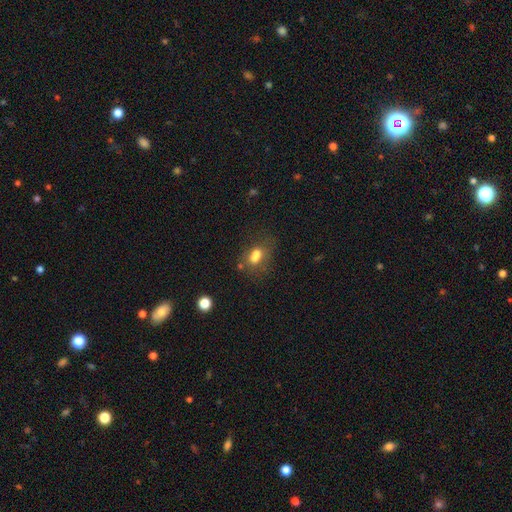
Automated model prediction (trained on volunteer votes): Smooth or featured?
  - smooth: 68% *
  - featured or disk: 17%
  - star or artifact: 14%
How rounded?
  - in between: 69% *
  - round: 28%
  - cigar-shaped: 3%
Merging?
  - merger: 37% * (tied)
  - none: 37% * (tied)
  - minor disturbance: 16%
  - major disturbance: 10%